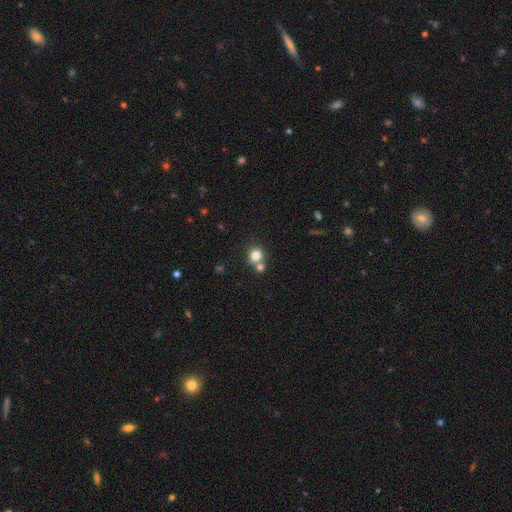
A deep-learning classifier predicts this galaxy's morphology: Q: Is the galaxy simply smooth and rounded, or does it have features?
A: smooth — 80%.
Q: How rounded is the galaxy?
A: round — 86%.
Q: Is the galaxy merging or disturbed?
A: none — 57%.